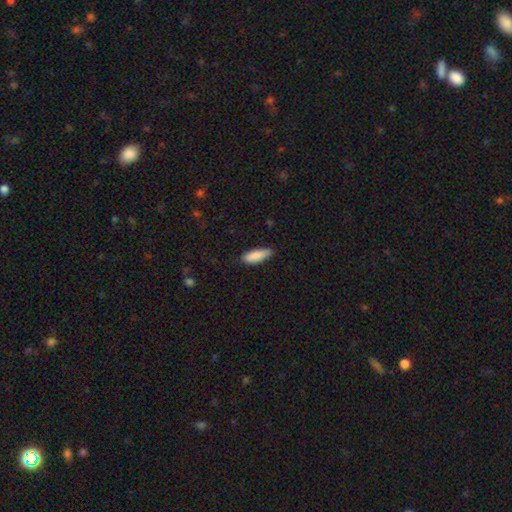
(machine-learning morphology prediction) Smooth or featured: smooth — 87% (featured or disk — 7%)
How rounded: in between — 58% (cigar-shaped — 40%)
Merging: none — 76% (minor disturbance — 20%)